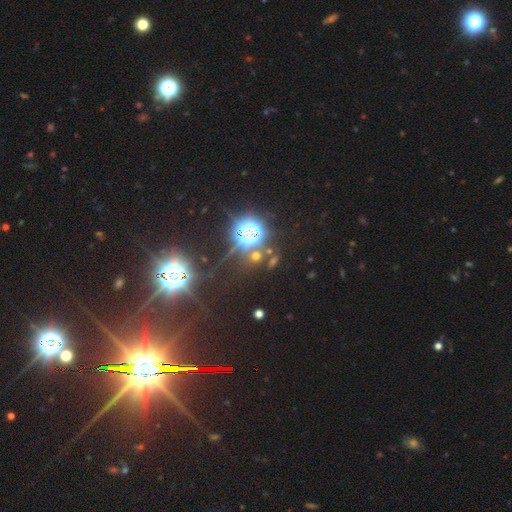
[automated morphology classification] A star or artifact, not a galaxy (65%).

Vote fractions:
- Smooth or featured? star or artifact: 65% / smooth: 27% / featured or disk: 8%